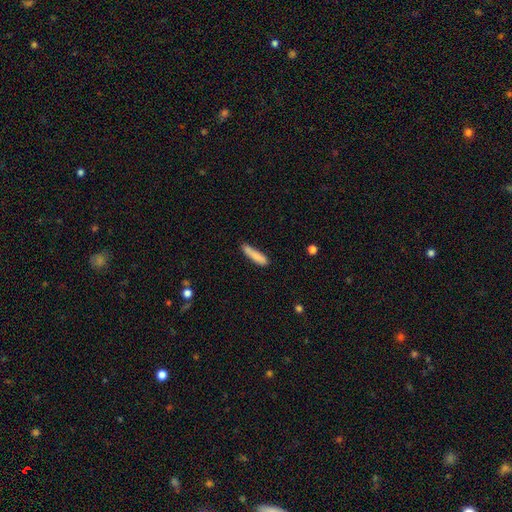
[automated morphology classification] smooth_or_featured: smooth (p=0.82) [alt: featured or disk p=0.11]
how_rounded: cigar-shaped (p=0.82) [alt: in between p=0.16]
merging: none (p=0.68) [alt: minor disturbance p=0.23]